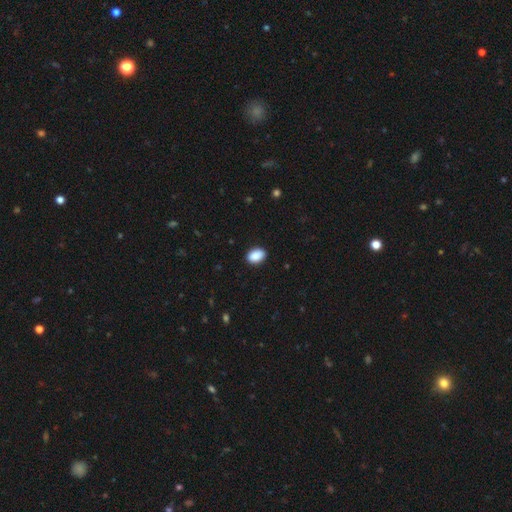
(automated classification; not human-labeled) This appears to be a smooth galaxy with no disk features (90%) that is in between round and cigar-shaped (87%). Merging: none (89%).